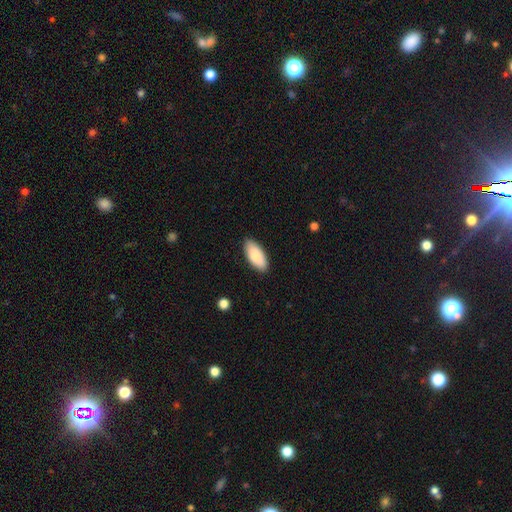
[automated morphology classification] The model was most divided on "smooth or featured": smooth: 84%, featured or disk: 10%, star or artifact: 6%. More confident: how rounded — in between (90%); merging — none (88%).